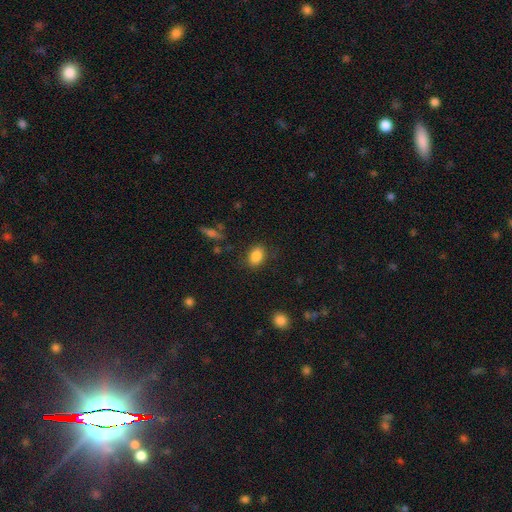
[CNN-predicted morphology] A smooth galaxy with no disk features (85%) that is in between round and cigar-shaped (78%). Merging: none (82%).